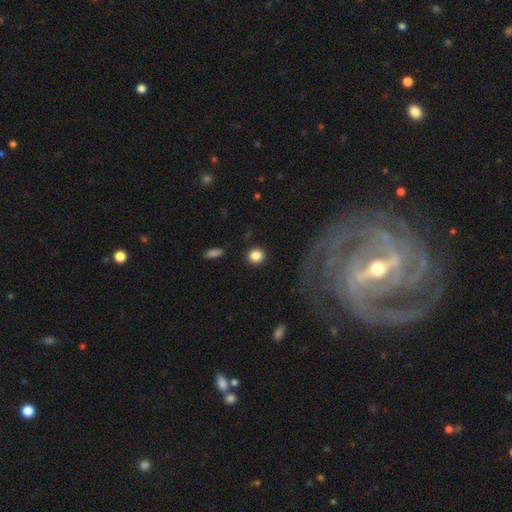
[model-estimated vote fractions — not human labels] Smooth or featured? smooth (86%)
How rounded? round (88%)
Merging? none (89%)